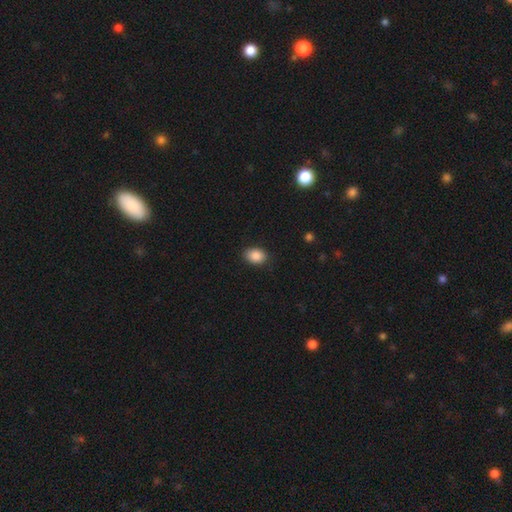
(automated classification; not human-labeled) smooth_or_featured: smooth (p=0.88) [alt: star or artifact p=0.08]
how_rounded: in between (p=0.76) [alt: round p=0.23]
merging: none (p=0.86) [alt: minor disturbance p=0.10]